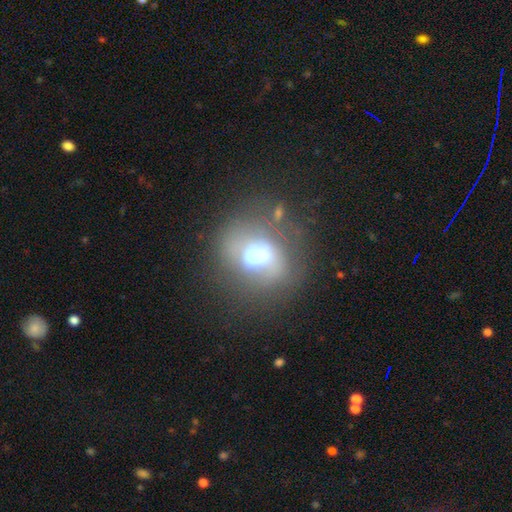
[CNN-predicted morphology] Smooth or featured? Predicted: smooth (p=0.44). Merging? Predicted: none (p=0.43).